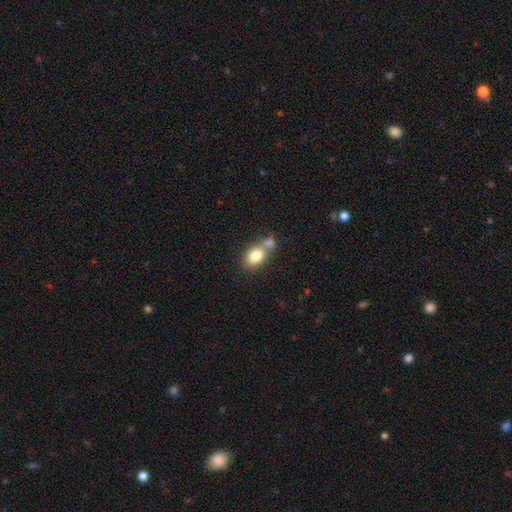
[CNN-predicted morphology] The model was most divided on "merging": merger: 46%, none: 40%, minor disturbance: 11%, major disturbance: 4%. More confident: smooth or featured — smooth (80%); how rounded — in between (69%).